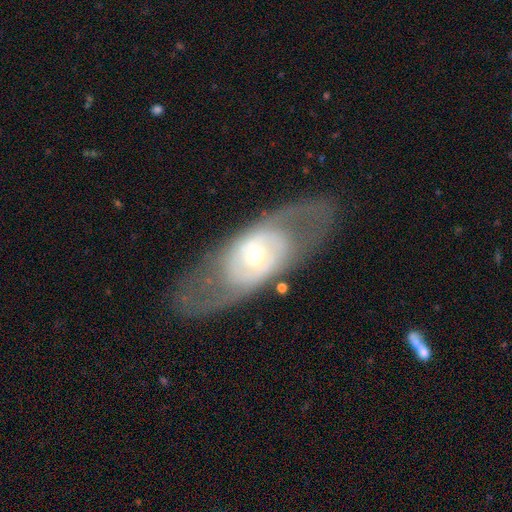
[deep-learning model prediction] A featured or disk galaxy (72%) with no bar (73%), no spiral arms (53%) and a moderate central bulge (55%). Merging: none (74%).